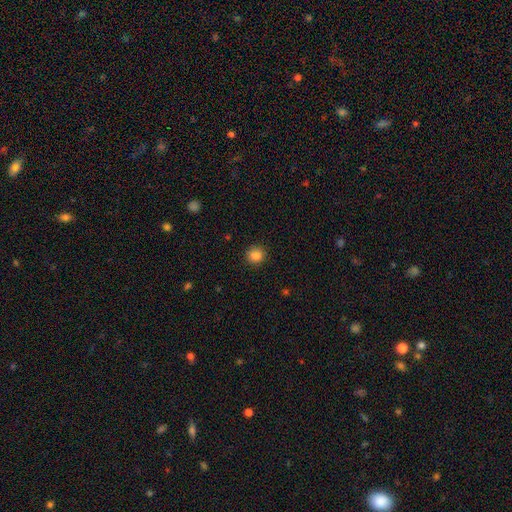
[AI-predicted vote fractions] Smooth or featured? smooth (85%)
How rounded? round (84%)
Merging? none (89%)